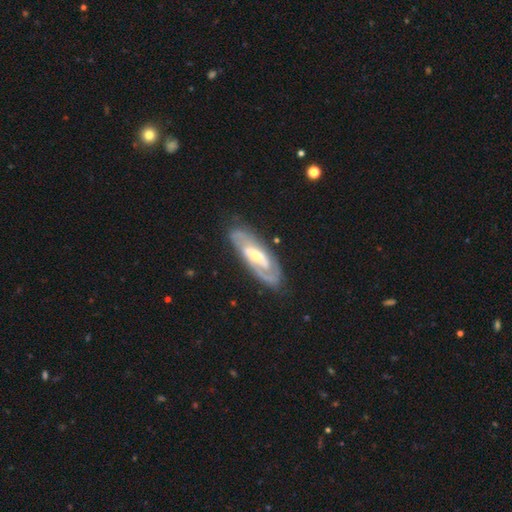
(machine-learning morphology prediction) This is clearly a featured or disk galaxy (83%). It is clearly not viewed edge-on (88%). Bar: marginally weak (41%). Spiral arm pattern: clearly yes (90%). Spiral arm count: likely 2 (70%). Spiral winding: possibly tight (51%). Central bulge: possibly moderate (50%). Merging: likely none (79%).